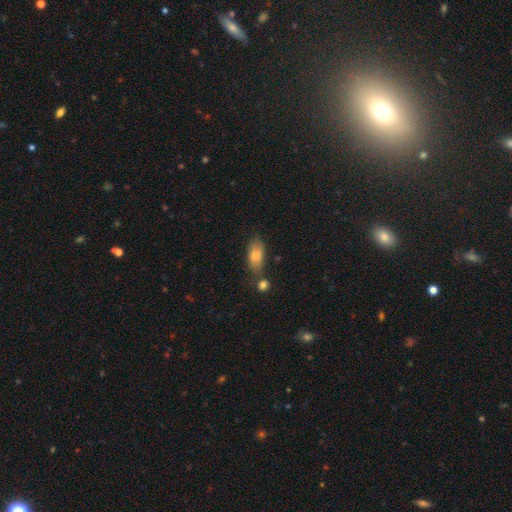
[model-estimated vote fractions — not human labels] smooth-or-featured: smooth: 80% | featured or disk: 13% | star or artifact: 7%
  how-rounded: in between: 85% | cigar-shaped: 12% | round: 3%
  merging: none: 59% | minor disturbance: 22% | merger: 13% | major disturbance: 6%